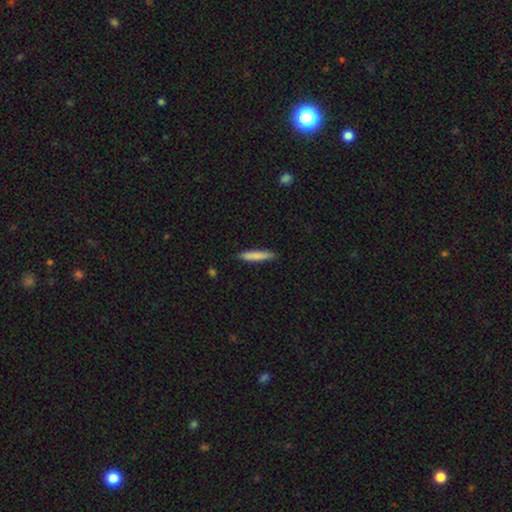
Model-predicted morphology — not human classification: This is clearly a smooth galaxy (81%). How rounded: clearly cigar-shaped (91%). Merging: clearly none (88%).